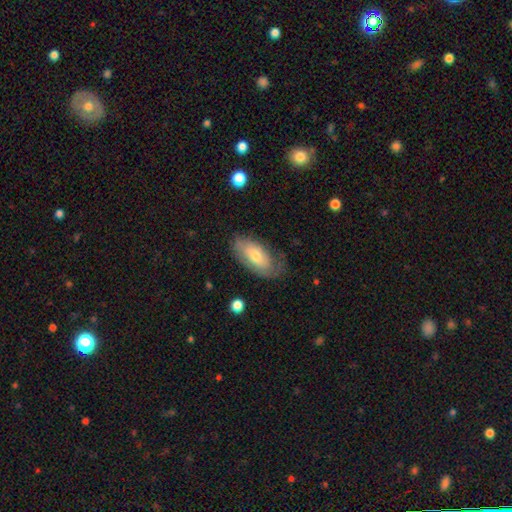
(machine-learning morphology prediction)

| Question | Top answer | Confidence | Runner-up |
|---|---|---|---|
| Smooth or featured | smooth | 55% | featured or disk (40%) |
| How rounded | in between | 92% | cigar-shaped (5%) |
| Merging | none | 62% | minor disturbance (26%) |